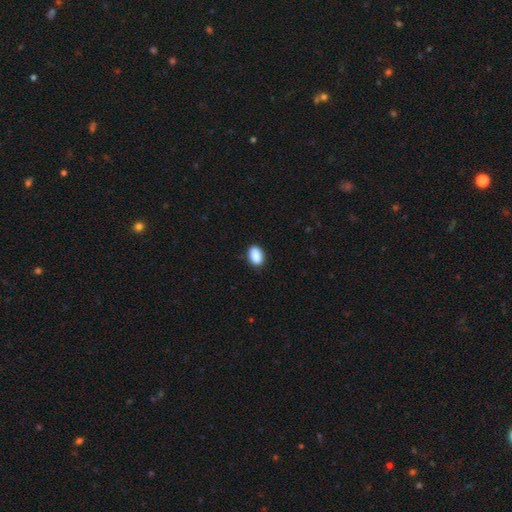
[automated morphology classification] Q: Smooth or featured?
A: smooth (89%); runner-up: star or artifact (8%)
Q: How rounded?
A: in between (83%); runner-up: round (15%)
Q: Merging?
A: none (85%); runner-up: minor disturbance (12%)